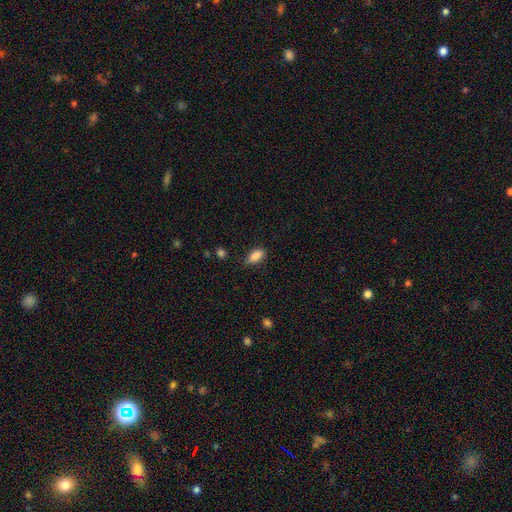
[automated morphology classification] Smooth or featured: smooth — 87% (star or artifact — 8%)
How rounded: in between — 88% (cigar-shaped — 8%)
Merging: none — 76% (minor disturbance — 19%)